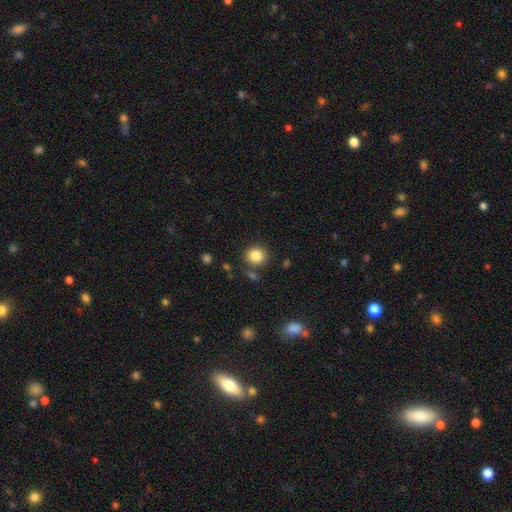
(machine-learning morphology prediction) smooth 85%, star or artifact 10%, featured or disk 5%. Down the decision tree: how rounded — round (87%); merging — none (83%).